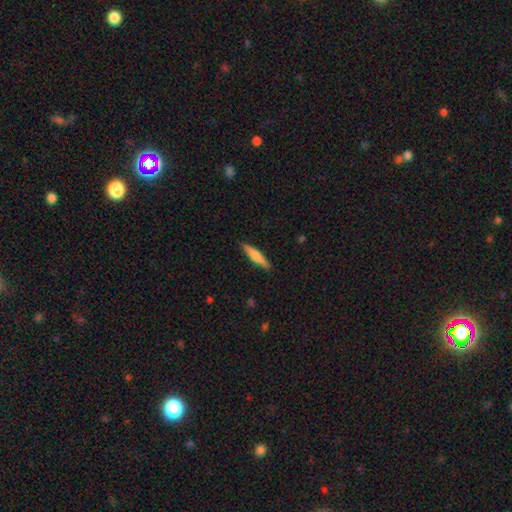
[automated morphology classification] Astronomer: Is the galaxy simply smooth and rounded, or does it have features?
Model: smooth — 64%.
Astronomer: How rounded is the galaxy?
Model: cigar-shaped — 86%.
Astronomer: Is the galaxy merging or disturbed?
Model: none — 90%.